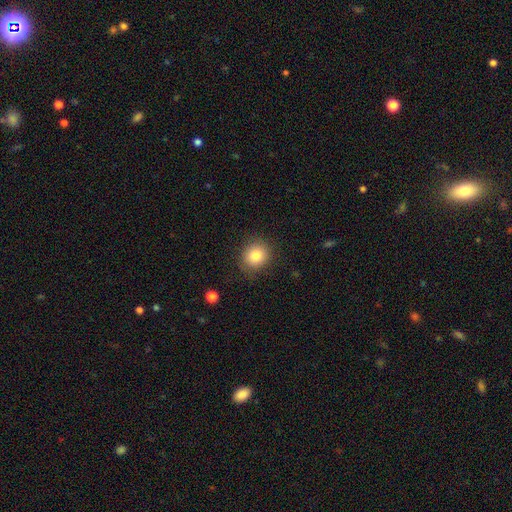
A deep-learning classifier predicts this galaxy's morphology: smooth_or_featured: smooth (p=0.82) [alt: star or artifact p=0.10]
how_rounded: round (p=0.83) [alt: in between p=0.17]
merging: none (p=0.85) [alt: minor disturbance p=0.11]